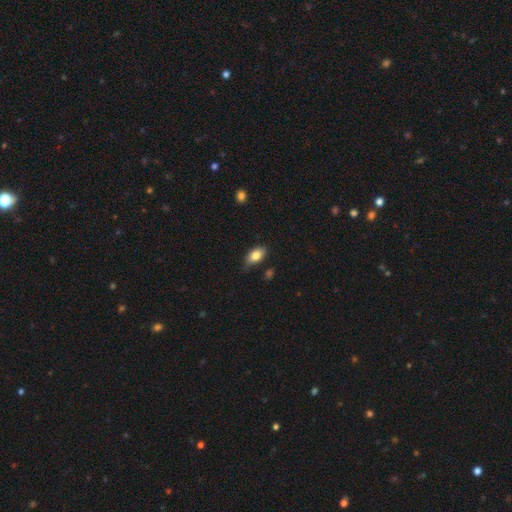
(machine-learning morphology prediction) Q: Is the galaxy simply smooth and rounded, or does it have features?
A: smooth — 83%.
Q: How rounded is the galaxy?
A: in between — 91%.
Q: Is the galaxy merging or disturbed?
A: none — 79%.